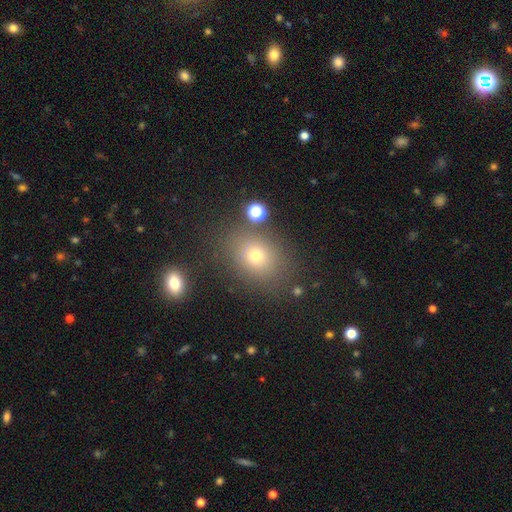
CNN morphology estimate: Smooth or featured?
  - smooth: 70% *
  - star or artifact: 18%
  - featured or disk: 13%
How rounded?
  - round: 50% *
  - in between: 49%
  - cigar-shaped: 1%
Merging?
  - none: 78% *
  - minor disturbance: 11%
  - merger: 6%
  - major disturbance: 5%